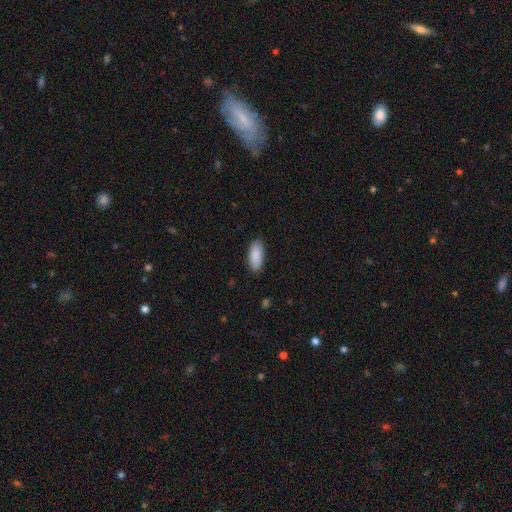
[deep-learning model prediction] A smooth galaxy with no disk features (89%) that is in between round and cigar-shaped (87%). Merging: none (88%).